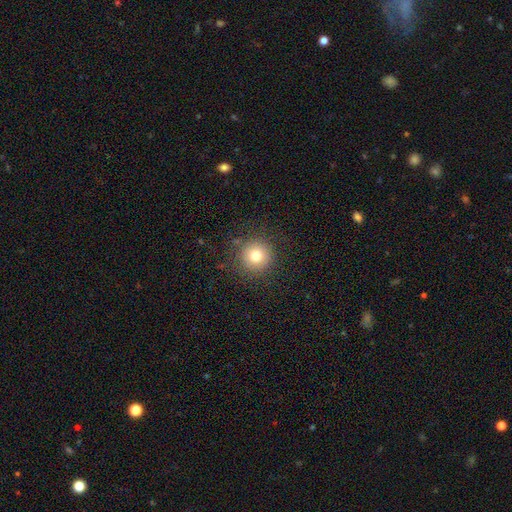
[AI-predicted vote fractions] smooth 78%, star or artifact 13%, featured or disk 10%. Down the decision tree: how rounded — round (95%); merging — none (87%).